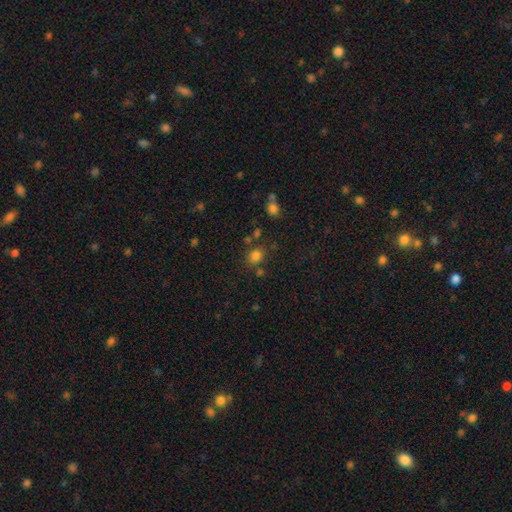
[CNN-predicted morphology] Smooth or featured? smooth (79%)
How rounded? round (67%)
Merging? none (74%)